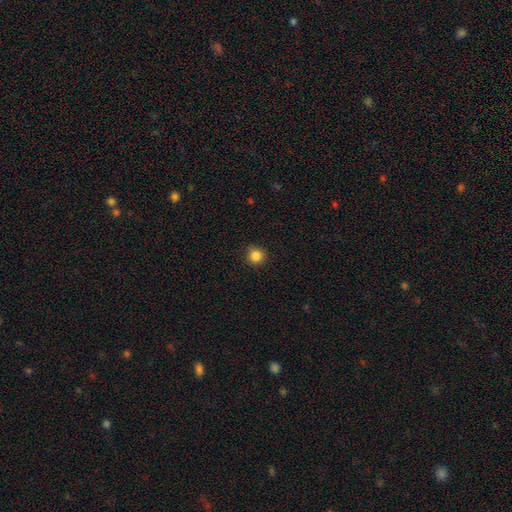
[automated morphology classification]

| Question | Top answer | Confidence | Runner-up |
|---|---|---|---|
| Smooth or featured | smooth | 86% | star or artifact (11%) |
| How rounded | round | 93% | in between (6%) |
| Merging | none | 90% | minor disturbance (7%) |